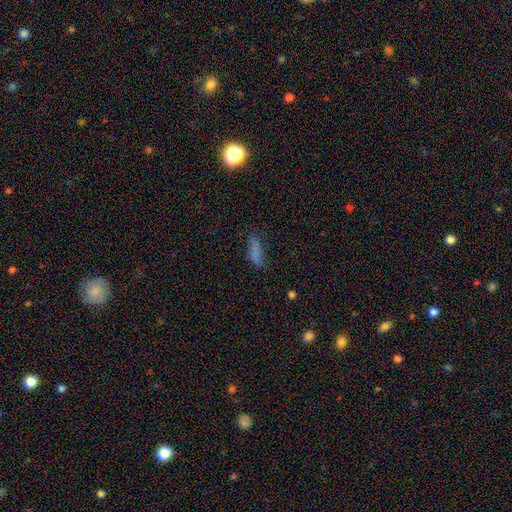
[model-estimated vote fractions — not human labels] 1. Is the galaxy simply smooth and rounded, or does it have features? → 70% smooth, 17% star or artifact, 13% featured or disk.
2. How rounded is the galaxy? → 51% in between, 46% cigar-shaped, 3% round.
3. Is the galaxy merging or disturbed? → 60% none, 25% minor disturbance, 11% major disturbance, 3% merger.